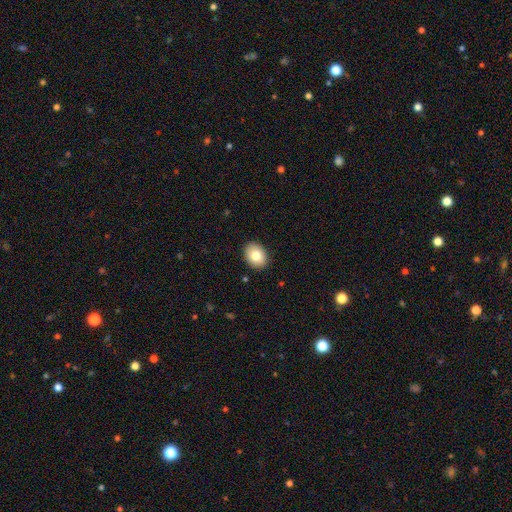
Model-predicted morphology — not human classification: The model was most divided on "how rounded": in between: 60%, round: 39%, cigar-shaped: 1%. More confident: merging — none (90%); smooth or featured — smooth (80%).